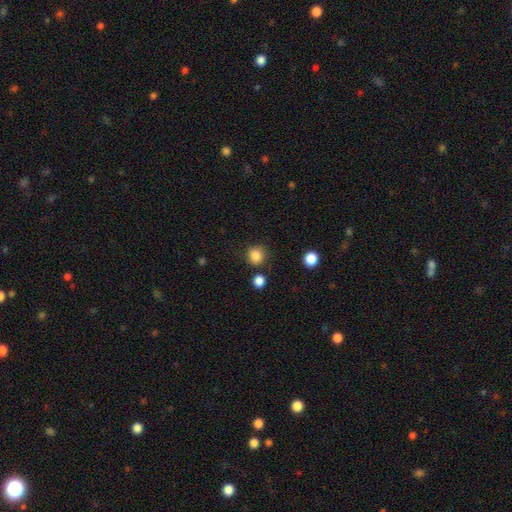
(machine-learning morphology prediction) A smooth galaxy with no disk features (85%) that is round (89%).

Vote fractions:
- Smooth or featured? smooth: 85% / star or artifact: 11% / featured or disk: 4%
- How rounded? round: 89% / in between: 10% / cigar-shaped: 1%
- Merging? none: 81% / minor disturbance: 10% / merger: 5% / major disturbance: 3%